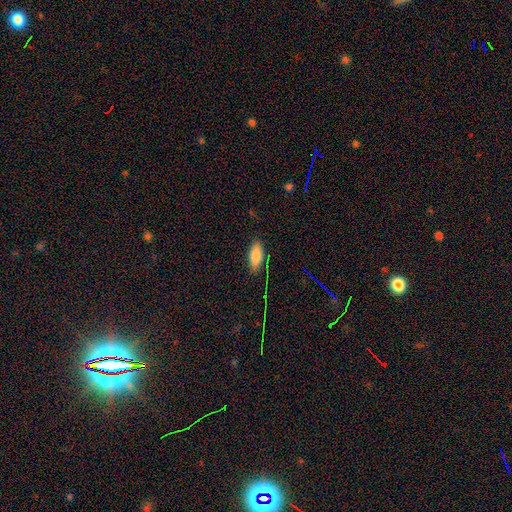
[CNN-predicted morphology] Smooth or featured? smooth (83%)
How rounded? in between (87%)
Merging? none (83%)